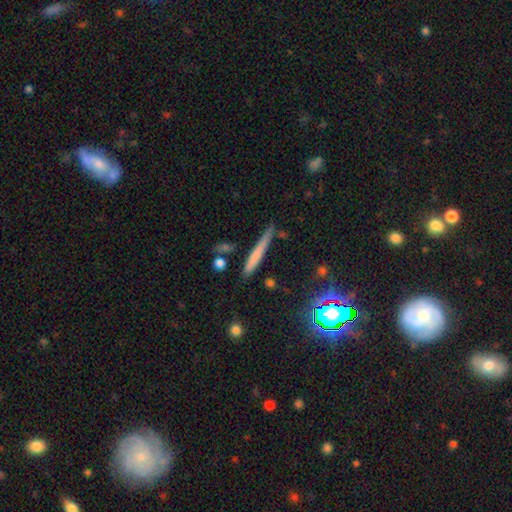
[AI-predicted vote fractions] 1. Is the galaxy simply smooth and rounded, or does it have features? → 60% smooth, 30% featured or disk, 10% star or artifact.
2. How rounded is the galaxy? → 94% cigar-shaped, 4% in between, 2% round.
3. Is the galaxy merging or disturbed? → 74% none, 17% minor disturbance, 5% merger, 4% major disturbance.